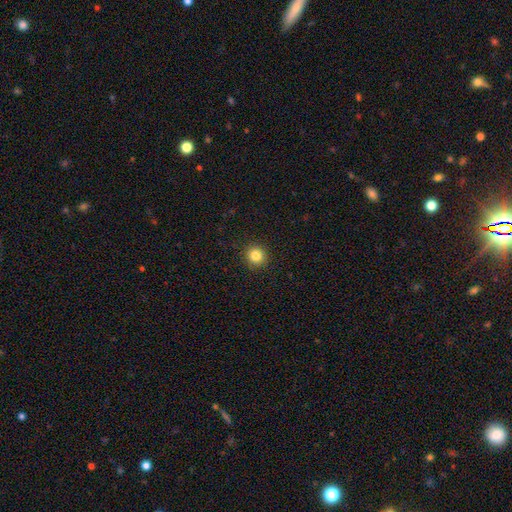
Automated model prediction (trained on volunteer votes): Smooth or featured? smooth (84%)
How rounded? round (92%)
Merging? none (92%)